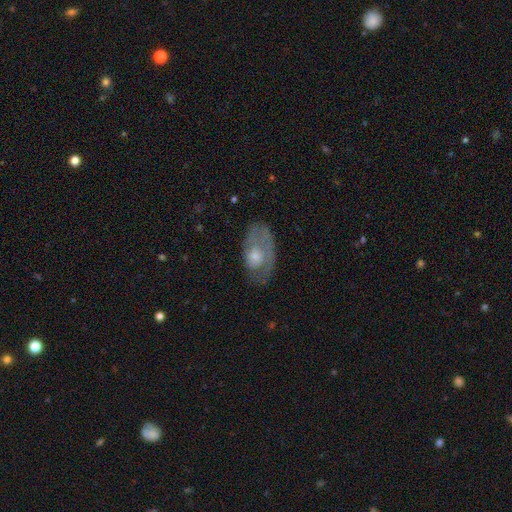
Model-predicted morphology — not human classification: A featured or disk galaxy (56%) with no bar (85%), spiral arms (57%) and a moderate central bulge (48%).

Vote fractions:
- Smooth or featured? featured or disk: 56% / smooth: 36% / star or artifact: 8%
- Edge-on disk? no: 92% / yes: 8%
- Bar? no: 85% / weak: 13% / strong: 2%
- Spiral arms? yes: 57% / no: 43%
- Bulge size? moderate: 48% / small: 38% / large: 7% / none: 5% / dominant: 2%
- Merging? none: 55% / minor disturbance: 25% / major disturbance: 18% / merger: 2%